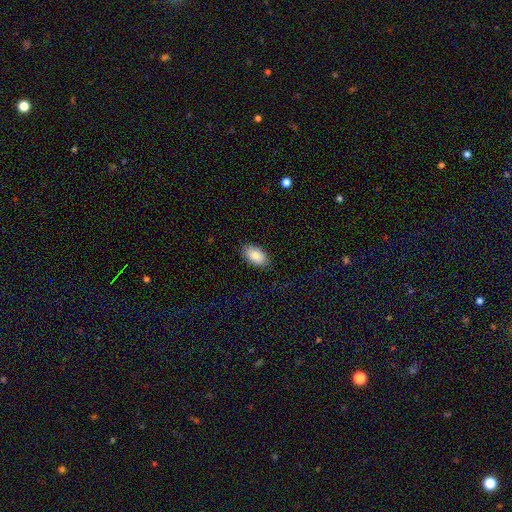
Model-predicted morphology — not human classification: A smooth galaxy with no disk features (85%) that is in between round and cigar-shaped (94%). Merging: none (86%).